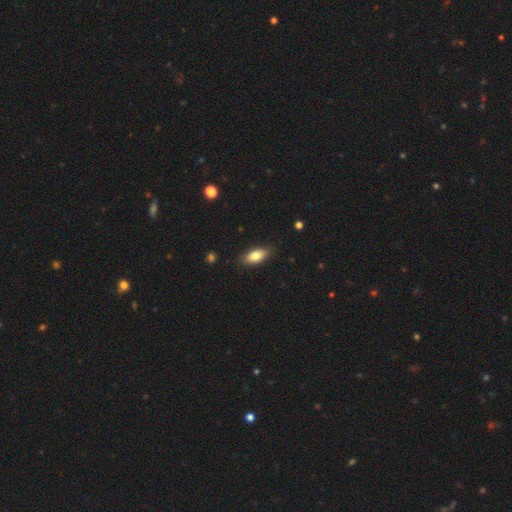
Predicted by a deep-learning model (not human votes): Q: Smooth or featured?
A: smooth (78%); runner-up: featured or disk (15%)
Q: How rounded?
A: in between (86%); runner-up: cigar-shaped (10%)
Q: Merging?
A: none (85%); runner-up: minor disturbance (12%)